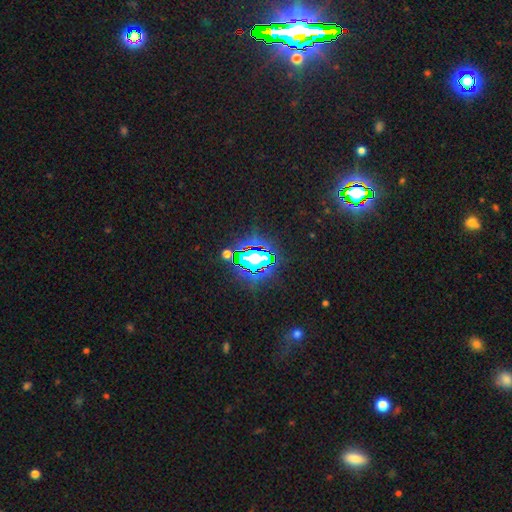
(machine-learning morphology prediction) smooth-or-featured: star or artifact: 69% | smooth: 20% | featured or disk: 11%